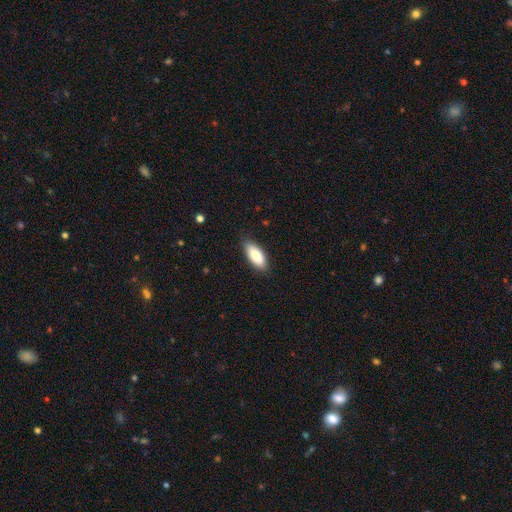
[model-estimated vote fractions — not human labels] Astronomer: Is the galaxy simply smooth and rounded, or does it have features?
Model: smooth — 82%.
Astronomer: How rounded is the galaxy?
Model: in between — 85%.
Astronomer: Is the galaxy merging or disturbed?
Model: none — 86%.